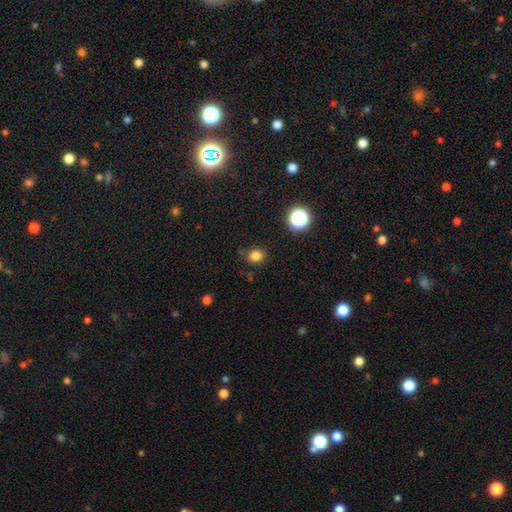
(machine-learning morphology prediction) smooth-or-featured: smooth: 81% | star or artifact: 15% | featured or disk: 4%
  how-rounded: round: 76% | in between: 23% | cigar-shaped: 1%
  merging: none: 78% | minor disturbance: 15% | major disturbance: 4% | merger: 3%